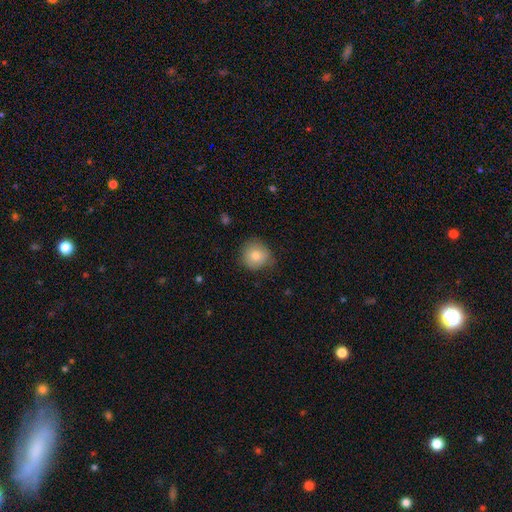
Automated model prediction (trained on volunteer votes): Smooth or featured? Predicted: smooth (p=0.81). How rounded? Predicted: round (p=0.90). Merging? Predicted: none (p=0.73).